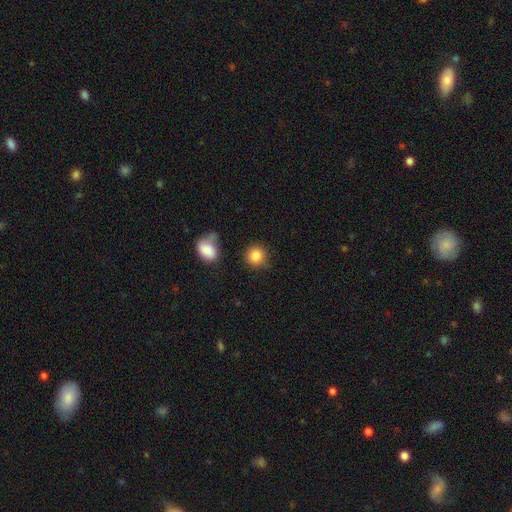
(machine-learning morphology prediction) type=smooth (86%); roundness=round (88%); merging=none (79%).